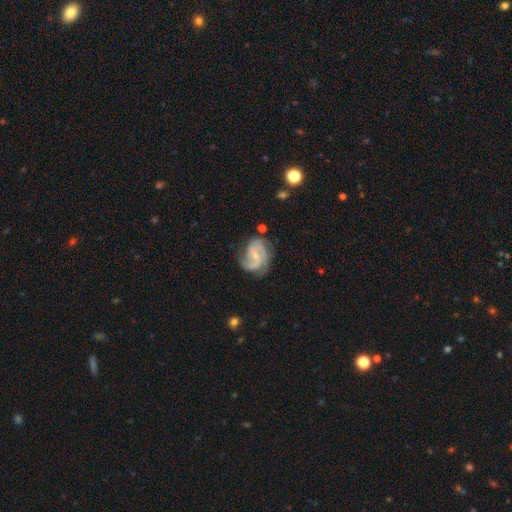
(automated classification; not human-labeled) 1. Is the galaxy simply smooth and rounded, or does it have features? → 85% featured or disk, 10% smooth, 5% star or artifact.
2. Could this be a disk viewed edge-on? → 98% no, 2% yes.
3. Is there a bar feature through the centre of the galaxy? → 44% weak (tied), 44% no (tied), 13% strong.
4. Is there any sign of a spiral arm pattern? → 96% yes, 4% no.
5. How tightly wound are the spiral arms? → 49% medium, 31% tight, 19% loose.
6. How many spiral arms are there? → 49% 2, 29% 3, 11% can't tell, 4% 4, 4% 1, 3% more than 4.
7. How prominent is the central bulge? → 64% small, 32% moderate, 2% none, 1% large, 1% dominant.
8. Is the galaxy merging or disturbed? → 62% none, 24% minor disturbance, 11% major disturbance, 3% merger.